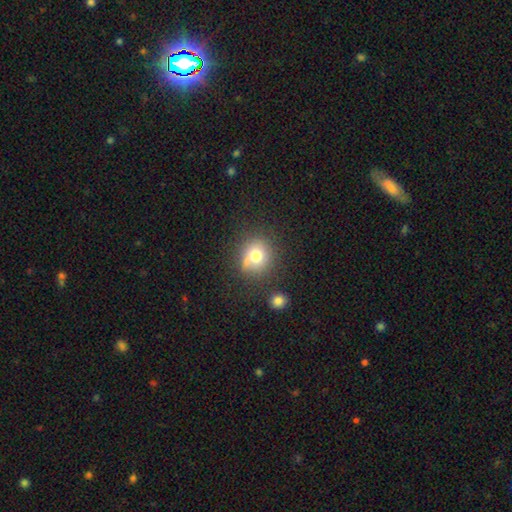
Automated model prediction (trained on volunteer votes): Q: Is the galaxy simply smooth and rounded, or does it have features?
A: smooth — 74%.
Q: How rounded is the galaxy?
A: round — 84%.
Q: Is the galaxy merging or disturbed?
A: none — 64%.